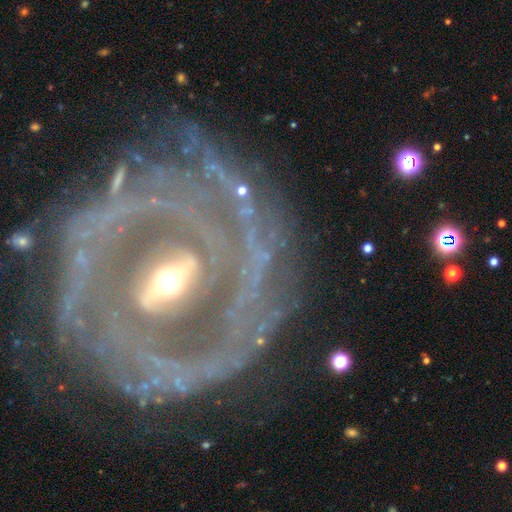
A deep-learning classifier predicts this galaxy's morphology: Smooth or featured? Predicted: featured or disk (p=0.89). Edge-on disk? Predicted: no (p=0.95). Bar? Predicted: strong (p=0.51). Spiral arms? Predicted: yes (p=0.89). Spiral winding? Predicted: tight (p=0.67). Spiral arm count? Predicted: 2 (p=0.35). Bulge size? Predicted: moderate (p=0.55). Merging? Predicted: none (p=0.75).